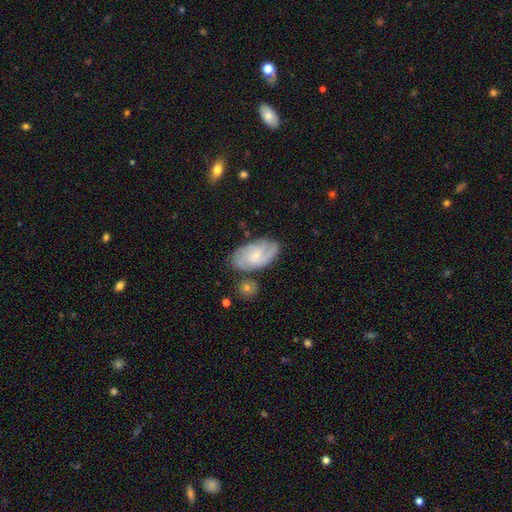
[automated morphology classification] This is likely a featured or disk galaxy (72%). It is clearly not viewed edge-on (96%). Bar: possibly no (55%). Spiral arm pattern: clearly yes (93%). Spiral arm count: marginally 2 (32%). Spiral winding: possibly tight (46%). Central bulge: likely small (66%). Merging: likely none (73%).